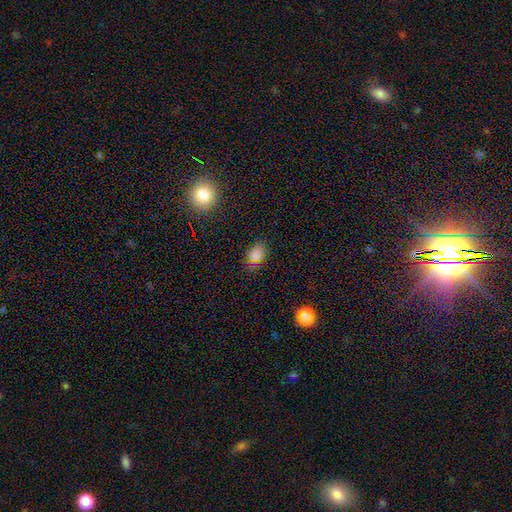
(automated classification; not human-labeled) A smooth galaxy with no disk features (77%) that is in between round and cigar-shaped (84%).

Vote fractions:
- Smooth or featured? smooth: 77% / star or artifact: 17% / featured or disk: 5%
- How rounded? in between: 84% / round: 14% / cigar-shaped: 2%
- Merging? none: 83% / minor disturbance: 13% / major disturbance: 3% / merger: 1%